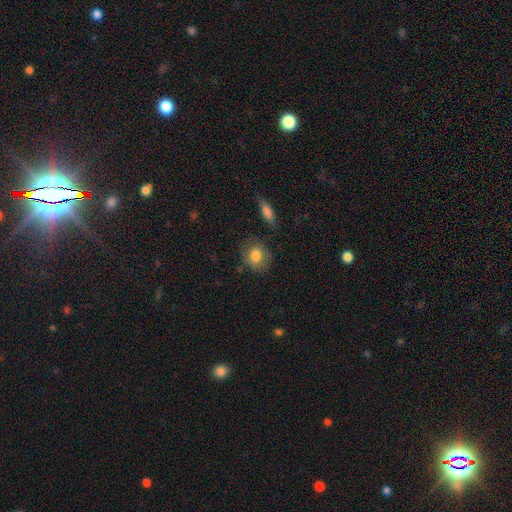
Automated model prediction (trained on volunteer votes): A smooth galaxy with no disk features (79%) that is round (68%).

Vote fractions:
- Smooth or featured? smooth: 79% / featured or disk: 13% / star or artifact: 8%
- How rounded? round: 68% / in between: 30% / cigar-shaped: 1%
- Merging? none: 76% / minor disturbance: 16% / major disturbance: 4% / merger: 4%